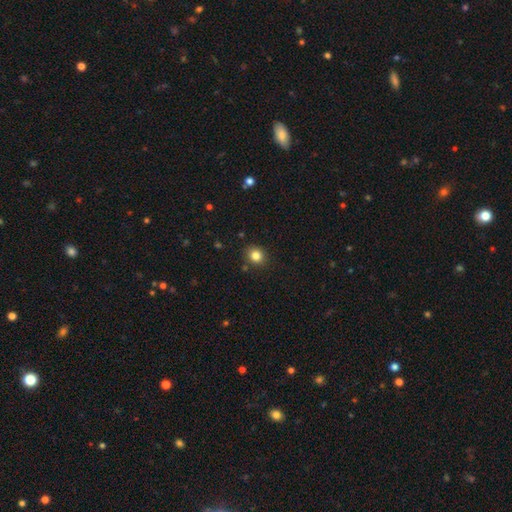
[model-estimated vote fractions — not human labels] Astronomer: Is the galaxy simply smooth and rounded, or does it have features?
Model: smooth — 83%.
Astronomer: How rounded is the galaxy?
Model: round — 71%.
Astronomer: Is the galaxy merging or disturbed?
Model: none — 86%.